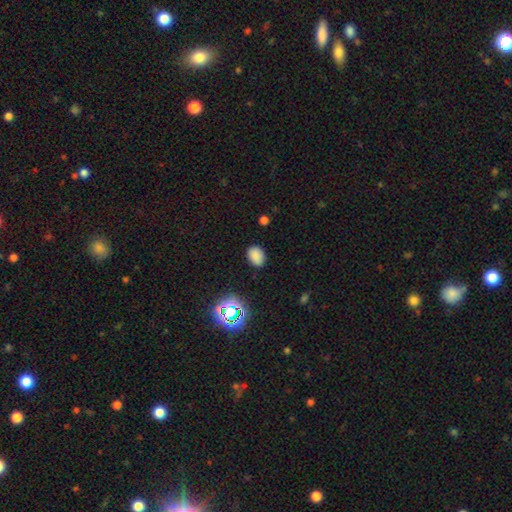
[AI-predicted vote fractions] Smooth or featured?
  - smooth: 80% *
  - star or artifact: 16%
  - featured or disk: 5%
How rounded?
  - in between: 70% *
  - round: 29%
  - cigar-shaped: 1%
Merging?
  - none: 84% *
  - minor disturbance: 12%
  - major disturbance: 3%
  - merger: 1%